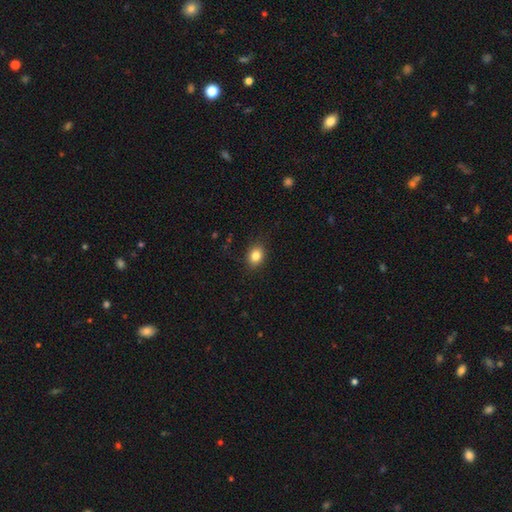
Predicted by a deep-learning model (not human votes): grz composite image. It shows a smooth galaxy with no disk features (84%) that is in between round and cigar-shaped (54%). Merging: none (87%).